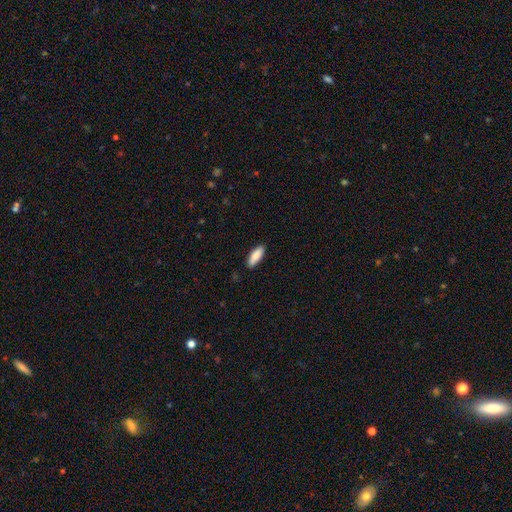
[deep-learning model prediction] Smooth or featured? Predicted: smooth (p=0.86). How rounded? Predicted: in between (p=0.65). Merging? Predicted: none (p=0.87).